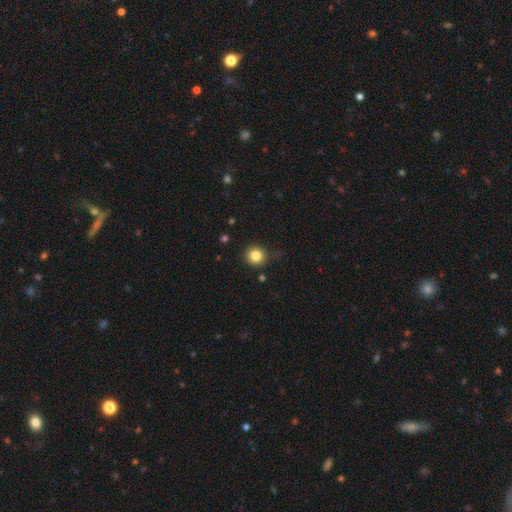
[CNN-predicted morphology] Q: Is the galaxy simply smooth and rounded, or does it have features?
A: smooth — 83%.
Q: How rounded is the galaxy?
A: round — 94%.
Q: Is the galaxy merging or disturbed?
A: none — 87%.